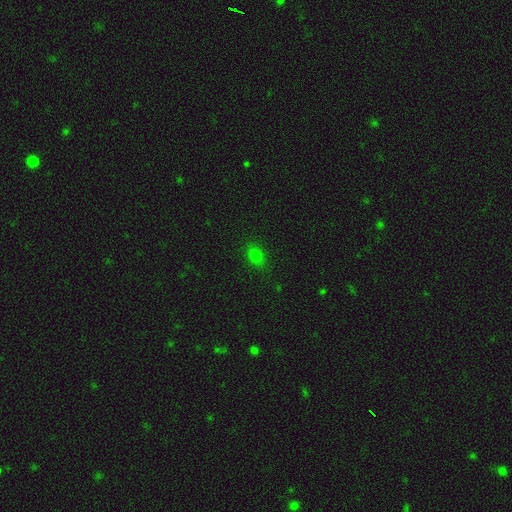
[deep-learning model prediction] Smooth or featured?
  - smooth: 76% *
  - star or artifact: 18%
  - featured or disk: 7%
How rounded?
  - in between: 59% *
  - round: 39%
  - cigar-shaped: 2%
Merging?
  - none: 85% *
  - minor disturbance: 11%
  - major disturbance: 3%
  - merger: 1%